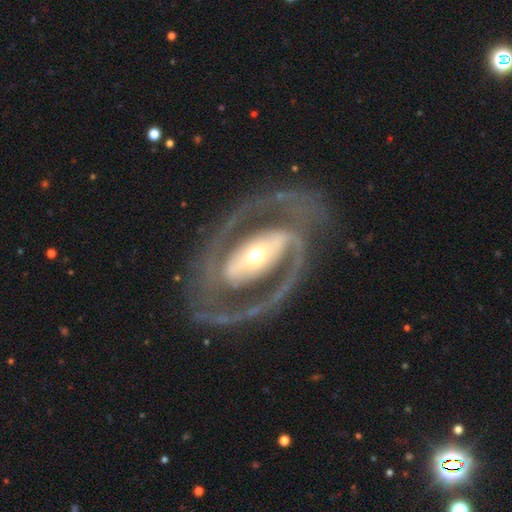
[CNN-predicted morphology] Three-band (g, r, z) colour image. It shows a featured or disk galaxy (92%) with a strong bar (62%), 2 (91%) medium (52%) spiral arms (94%) and a moderate central bulge (60%). Merging: none (77%).